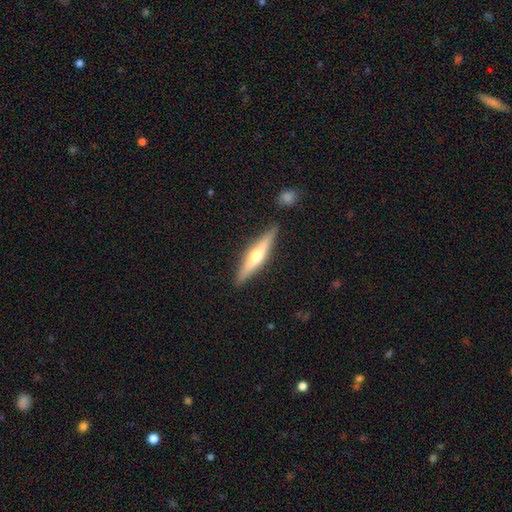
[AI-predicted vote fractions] smooth-or-featured: featured or disk: 64% | smooth: 31% | star or artifact: 6%
  disk-edge-on: yes: 96% | no: 4%
    edge-on-bulge: rounded: 91% | none: 6% | boxy: 4%
  merging: none: 88% | minor disturbance: 8% | major disturbance: 2% | merger: 2%